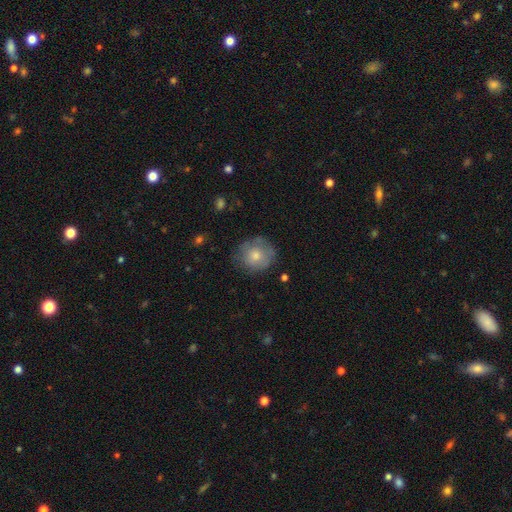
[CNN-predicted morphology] Smooth or featured?
  - smooth: 71% *
  - featured or disk: 21%
  - star or artifact: 8%
How rounded?
  - round: 88% *
  - in between: 11%
  - cigar-shaped: 1%
Merging?
  - none: 70% *
  - minor disturbance: 21%
  - major disturbance: 7%
  - merger: 2%